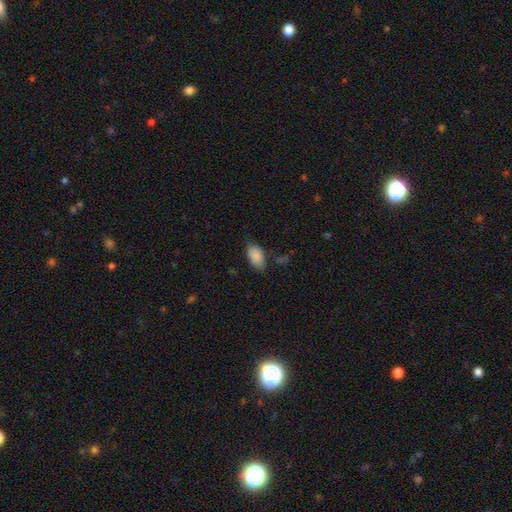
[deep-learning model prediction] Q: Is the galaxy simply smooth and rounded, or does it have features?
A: smooth — 88%.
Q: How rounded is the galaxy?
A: in between — 94%.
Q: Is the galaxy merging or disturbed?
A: none — 73%.